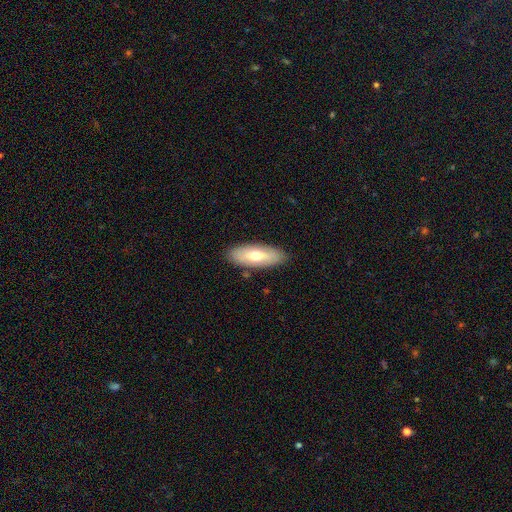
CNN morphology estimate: type=smooth (59%); roundness=in between (74%); merging=none (86%).